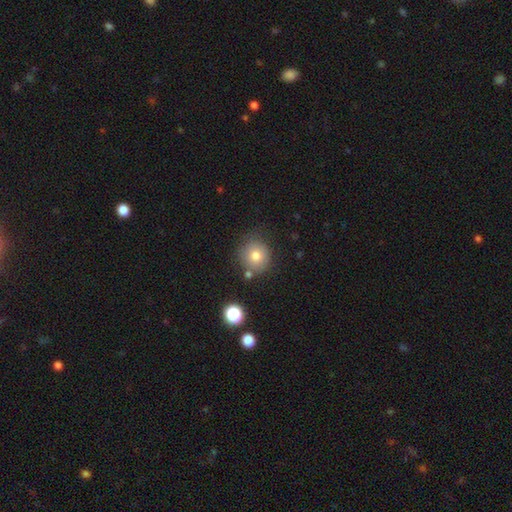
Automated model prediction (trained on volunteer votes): smooth_or_featured: smooth (p=0.77) [alt: star or artifact p=0.12]
how_rounded: round (p=0.90) [alt: in between p=0.09]
merging: none (p=0.74) [alt: minor disturbance p=0.14]